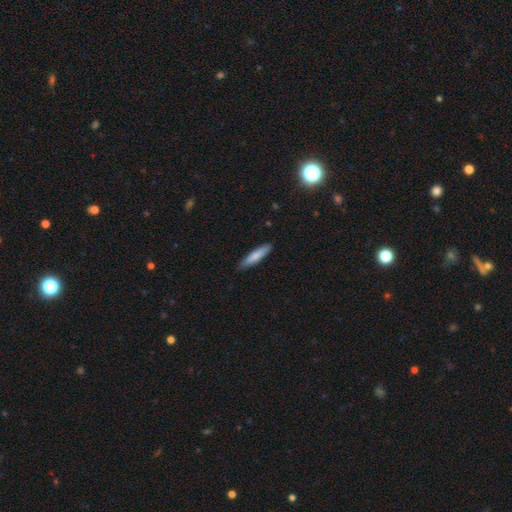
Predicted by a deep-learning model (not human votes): This appears to be a smooth galaxy with no disk features (78%) that is cigar-shaped (85%). Merging: none (87%).